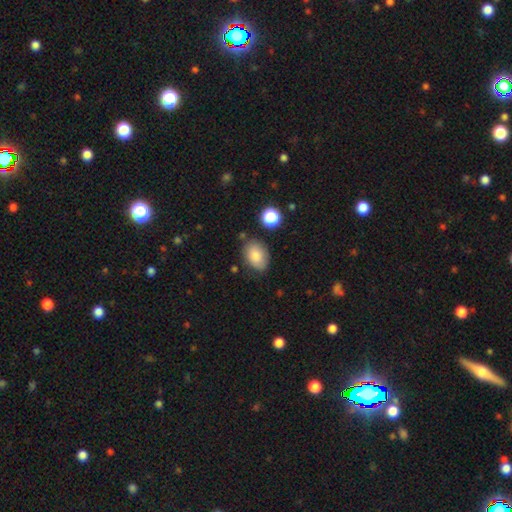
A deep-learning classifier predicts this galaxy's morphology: The model was most divided on "merging": none: 74%, minor disturbance: 18%, major disturbance: 4%, merger: 4%. More confident: smooth or featured — smooth (82%); how rounded — in between (82%).